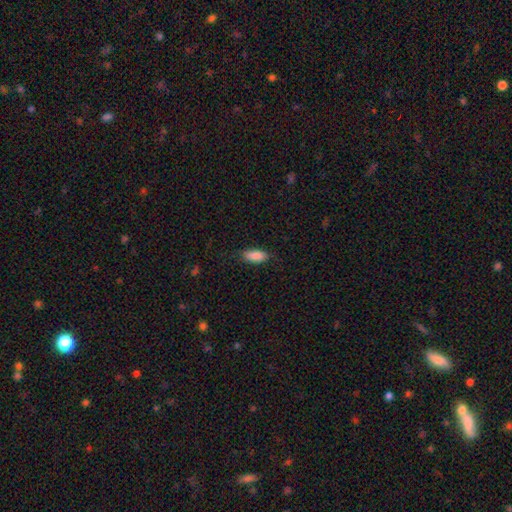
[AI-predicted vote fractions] A smooth galaxy with no disk features (87%) that is in between round and cigar-shaped (83%).

Vote fractions:
- Smooth or featured? smooth: 87% / star or artifact: 7% / featured or disk: 6%
- How rounded? in between: 83% / cigar-shaped: 15% / round: 2%
- Merging? none: 80% / minor disturbance: 16% / major disturbance: 3% / merger: 1%